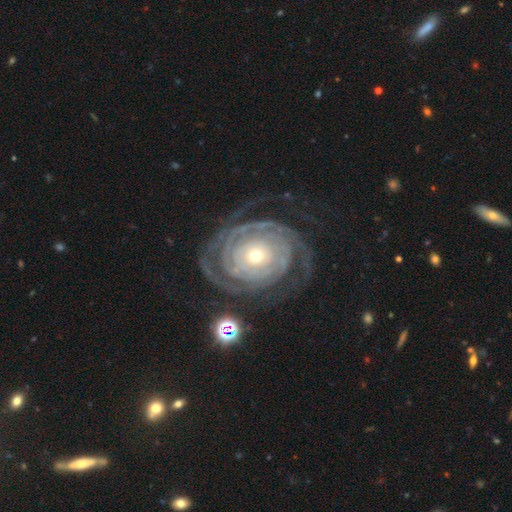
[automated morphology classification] This is clearly a featured or disk galaxy (90%). It is clearly not viewed edge-on (97%). Bar: clearly no (81%). Spiral arm pattern: clearly yes (97%). Spiral arm count: marginally 2 (33%). Spiral winding: clearly tight (84%). Central bulge: likely small (61%). Merging: likely none (72%).